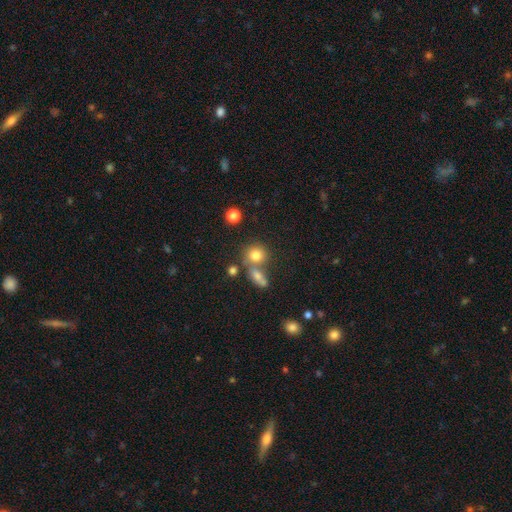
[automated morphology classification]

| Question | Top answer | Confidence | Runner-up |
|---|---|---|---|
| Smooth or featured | smooth | 77% | star or artifact (13%) |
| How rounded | round | 80% | in between (18%) |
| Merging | none | 55% | merger (30%) |